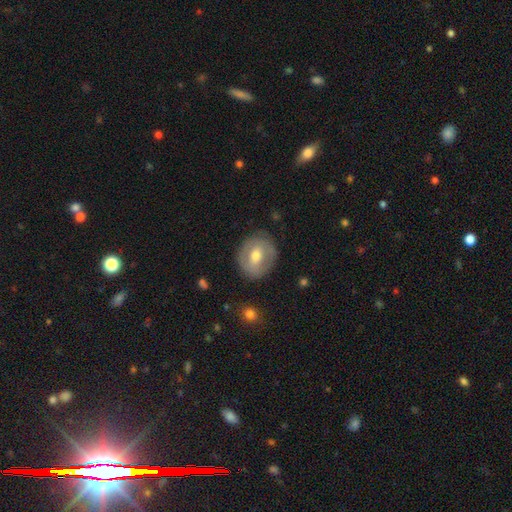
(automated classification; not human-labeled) A smooth galaxy with no disk features (47%).

Vote fractions:
- Smooth or featured? smooth: 47% / featured or disk: 46% / star or artifact: 7%
- Merging? none: 82% / minor disturbance: 12% / major disturbance: 4% / merger: 1%